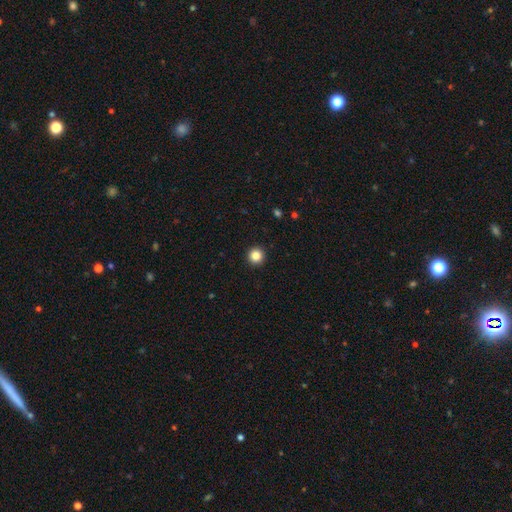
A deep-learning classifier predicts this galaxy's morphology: Overall: smooth (84%). How rounded: round (96%). Merging: none (94%).